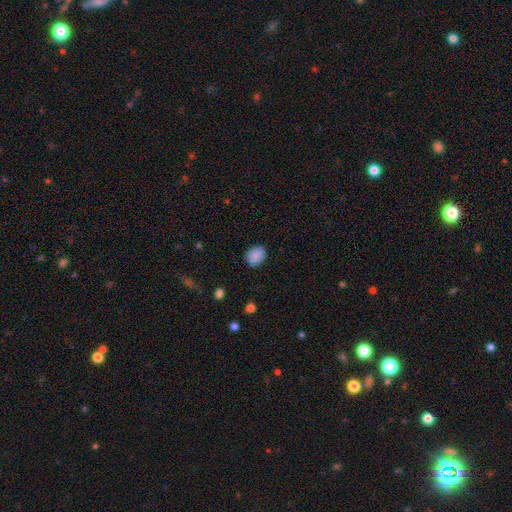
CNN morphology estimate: type=smooth (88%); roundness=round (50%); merging=none (87%).